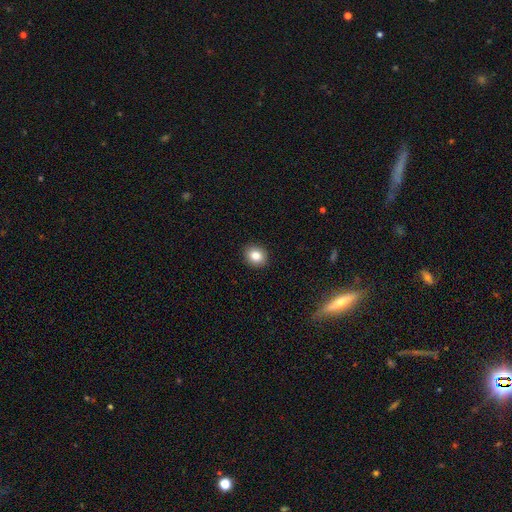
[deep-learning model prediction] Smooth or featured? smooth (84%)
How rounded? round (67%)
Merging? none (91%)